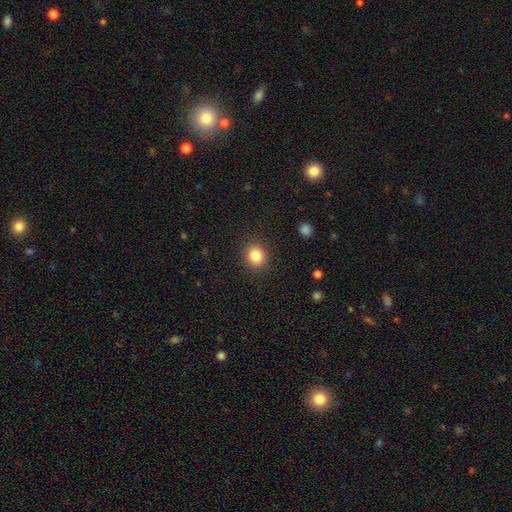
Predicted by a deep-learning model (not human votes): Smooth or featured?
  - smooth: 84% *
  - star or artifact: 10%
  - featured or disk: 5%
How rounded?
  - round: 78% *
  - in between: 21%
  - cigar-shaped: 1%
Merging?
  - none: 89% *
  - minor disturbance: 7%
  - major disturbance: 3%
  - merger: 1%